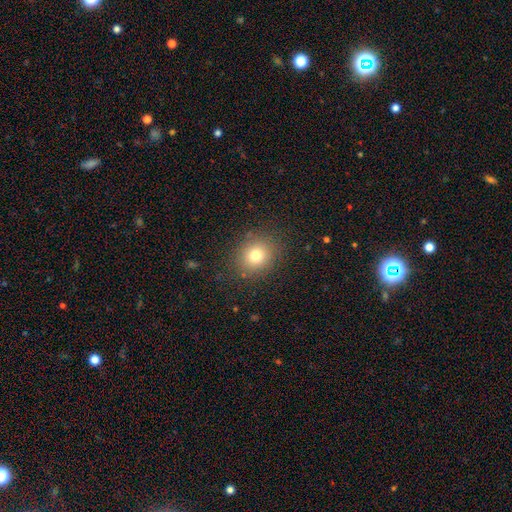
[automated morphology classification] type=smooth (76%); roundness=round (78%); merging=none (86%).